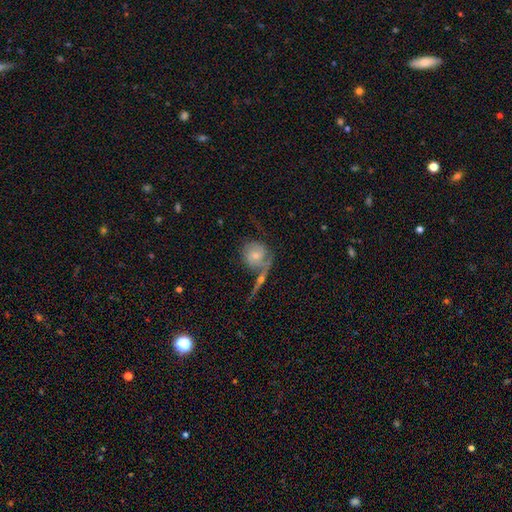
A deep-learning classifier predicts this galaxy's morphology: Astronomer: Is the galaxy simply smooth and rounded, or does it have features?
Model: featured or disk — 46%, tied with smooth at 46%.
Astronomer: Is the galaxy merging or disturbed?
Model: none — 41% (runner-up: merger, 26%).